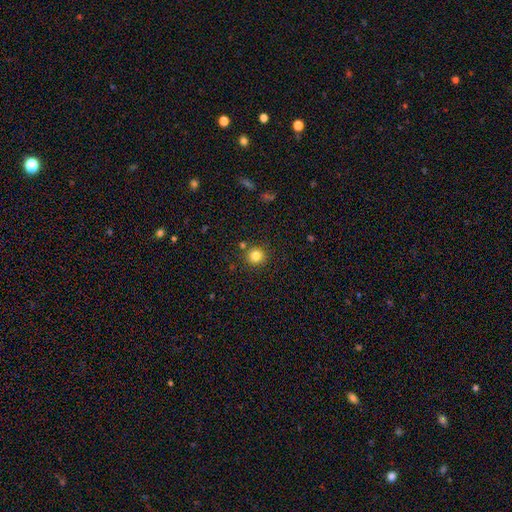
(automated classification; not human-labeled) Overall: smooth (82%). How rounded: round (93%). Merging: none (86%).